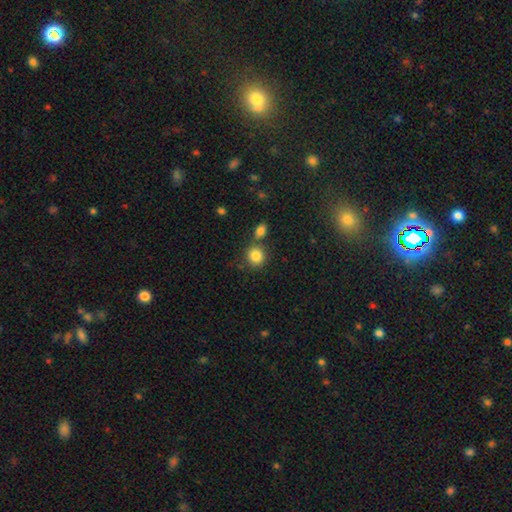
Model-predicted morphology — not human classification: smooth_or_featured: smooth (p=0.84) [alt: star or artifact p=0.10]
how_rounded: round (p=0.84) [alt: in between p=0.15]
merging: none (p=0.67) [alt: merger p=0.20]